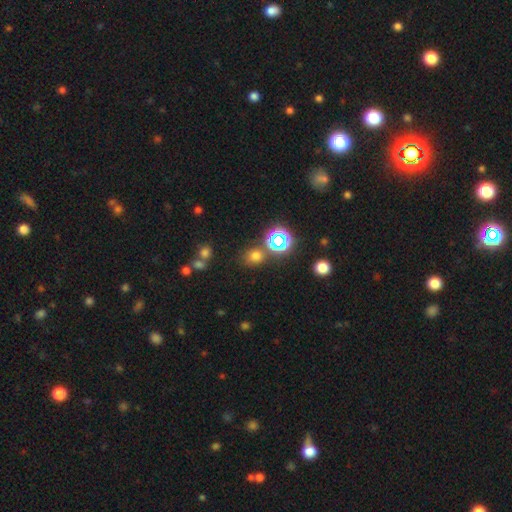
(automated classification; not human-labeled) smooth-or-featured: smooth: 65% | star or artifact: 29% | featured or disk: 6%
  how-rounded: round: 77% | in between: 22% | cigar-shaped: 1%
  merging: none: 76% | minor disturbance: 11% | merger: 9% | major disturbance: 4%